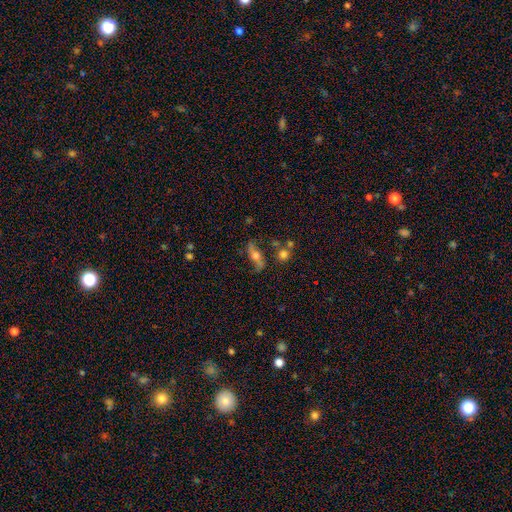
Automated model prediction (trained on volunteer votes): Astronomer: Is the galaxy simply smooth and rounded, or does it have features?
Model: featured or disk — 63%.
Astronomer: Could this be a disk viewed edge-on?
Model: no — 58% (runner-up: yes, 42%).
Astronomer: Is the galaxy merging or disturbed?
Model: none — 67%.